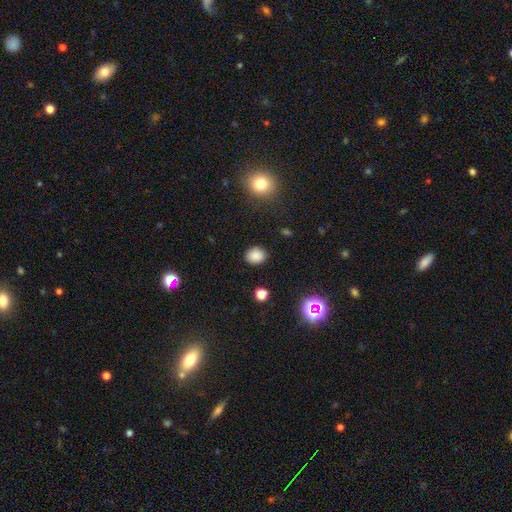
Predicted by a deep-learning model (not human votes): This is clearly a smooth galaxy (85%). How rounded: possibly round (55%). Merging: clearly none (87%).